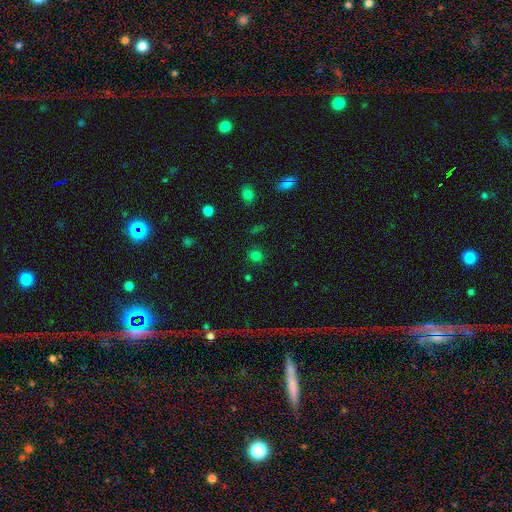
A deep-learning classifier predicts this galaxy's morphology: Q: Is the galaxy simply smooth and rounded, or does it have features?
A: smooth — 75%.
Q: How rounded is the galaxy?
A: round — 89%.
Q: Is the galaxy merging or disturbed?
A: none — 86%.